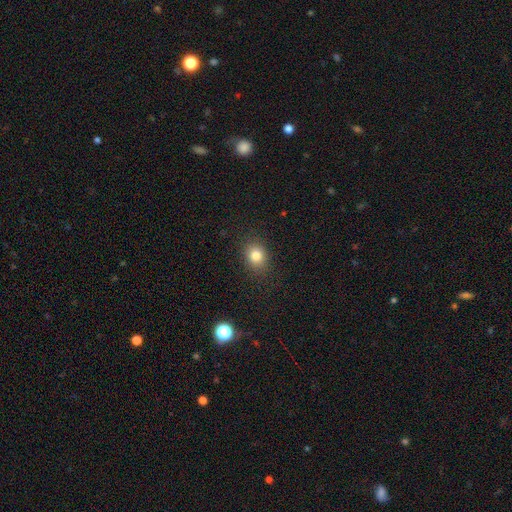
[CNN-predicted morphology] A smooth galaxy with no disk features (80%) that is round (58%).

Vote fractions:
- Smooth or featured? smooth: 80% / star or artifact: 12% / featured or disk: 7%
- How rounded? round: 58% / in between: 41% / cigar-shaped: 1%
- Merging? none: 88% / minor disturbance: 8% / major disturbance: 3% / merger: 1%